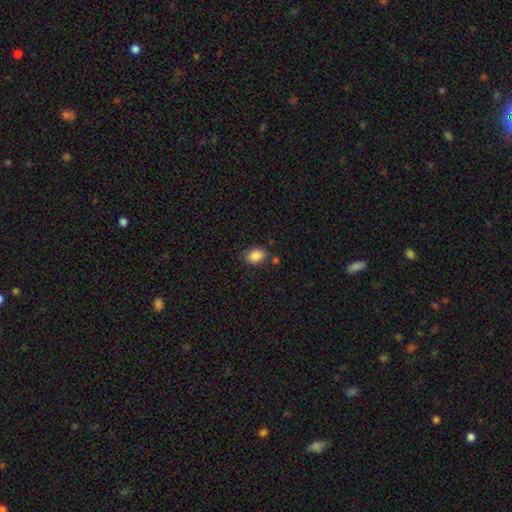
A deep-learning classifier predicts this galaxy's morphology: This appears to be a smooth galaxy with no disk features (87%) that is in between round and cigar-shaped (78%). Merging: none (76%).